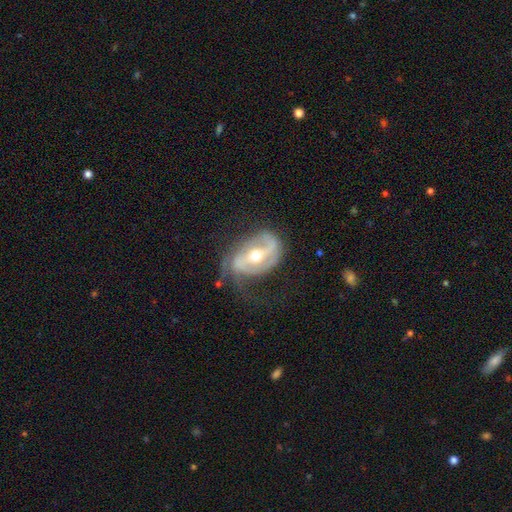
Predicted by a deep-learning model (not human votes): smooth-or-featured: featured or disk: 84% | smooth: 10% | star or artifact: 6%
  disk-edge-on: no: 95% | yes: 5%
    bar: strong: 44% | weak: 35% | no: 21%
    has-spiral-arms: yes: 90% | no: 10%
      spiral-winding: medium: 41% | loose: 31% | tight: 28%
      spiral-arm-count: 2: 68% | can't tell: 13% | 1: 10% | 3: 6% | 4: 2% | more than 4: 2%
    bulge-size: moderate: 69% | small: 25% | large: 4% | dominant: 1% | none: 1%
  merging: none: 50% | minor disturbance: 26% | major disturbance: 22% | merger: 2%